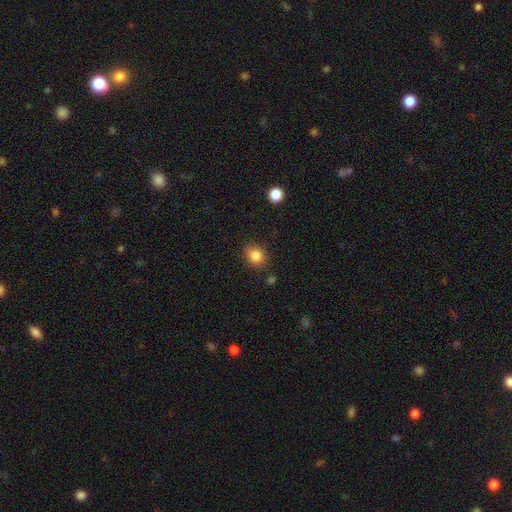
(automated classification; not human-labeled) A smooth galaxy with no disk features (84%) that is round (67%). Merging: none (82%).